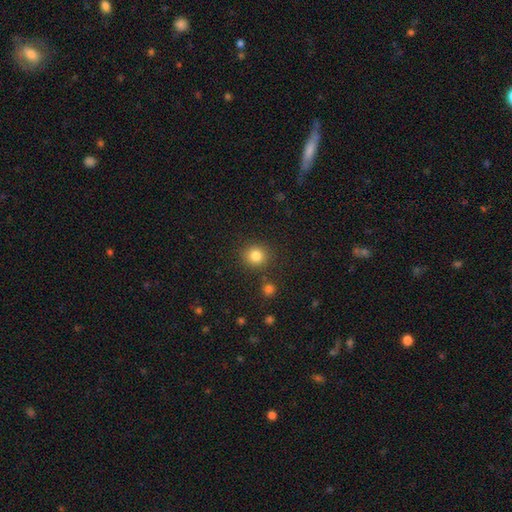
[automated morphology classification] A smooth galaxy with no disk features (83%) that is round (89%).

Vote fractions:
- Smooth or featured? smooth: 83% / star or artifact: 12% / featured or disk: 5%
- How rounded? round: 89% / in between: 10% / cigar-shaped: 1%
- Merging? none: 87% / minor disturbance: 7% / merger: 4% / major disturbance: 3%